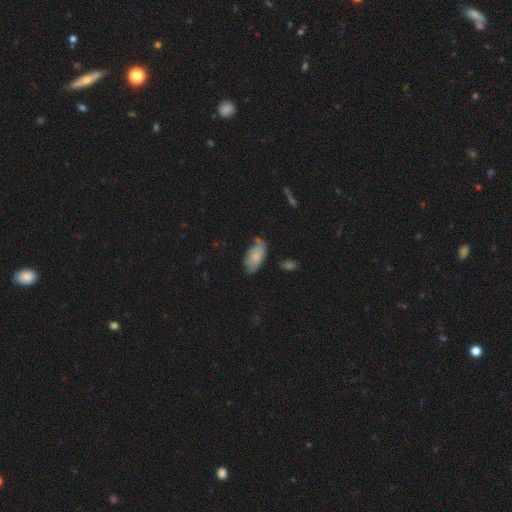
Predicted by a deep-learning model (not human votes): smooth_or_featured: smooth (p=0.75) [alt: featured or disk p=0.18]
how_rounded: in between (p=0.93) [alt: cigar-shaped p=0.05]
merging: none (p=0.54) [alt: minor disturbance p=0.33]